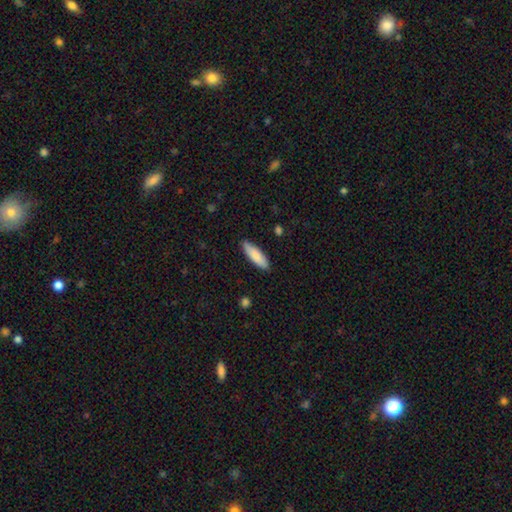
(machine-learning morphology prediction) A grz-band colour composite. It shows a smooth galaxy with no disk features (86%) that is cigar-shaped (51%). Merging: none (87%).